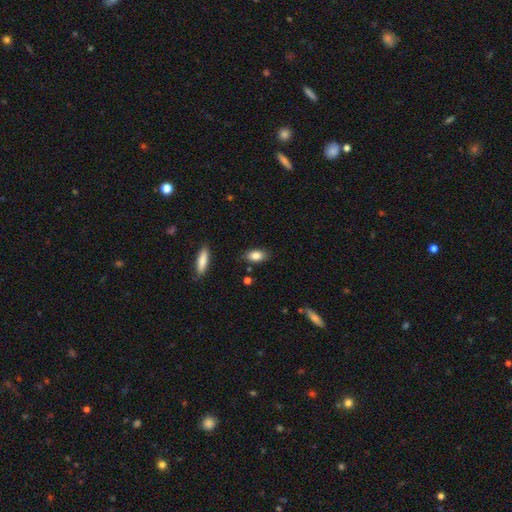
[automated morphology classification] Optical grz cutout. It shows a smooth galaxy with no disk features (83%) that is in between round and cigar-shaped (87%). Merging: none (84%).